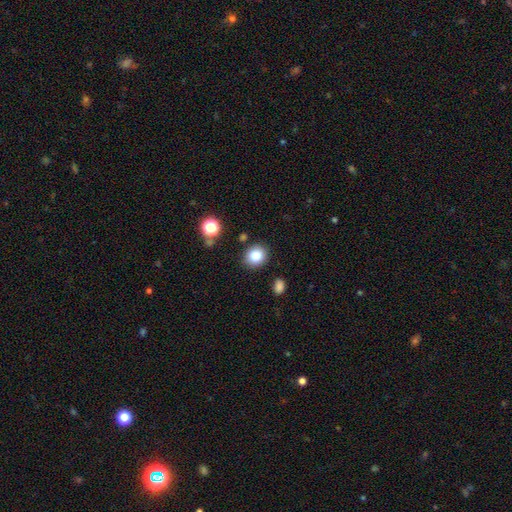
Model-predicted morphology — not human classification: Smooth or featured? smooth (84%)
How rounded? round (69%)
Merging? none (84%)